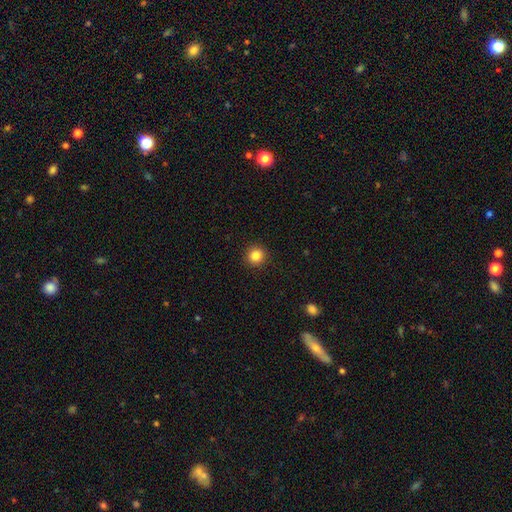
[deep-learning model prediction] The model was most divided on "smooth or featured": smooth: 85%, star or artifact: 11%, featured or disk: 5%. More confident: how rounded — round (93%); merging — none (92%).